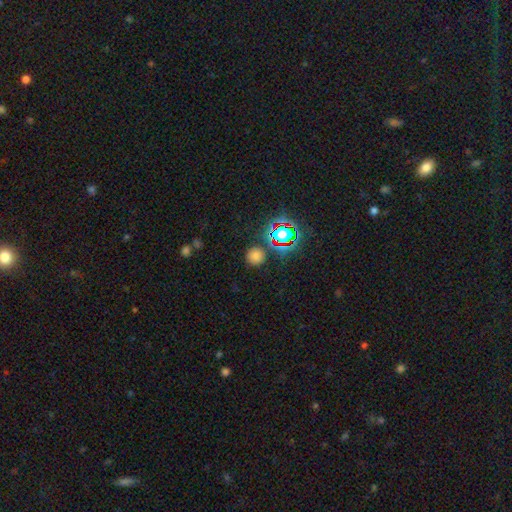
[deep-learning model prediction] smooth_or_featured: smooth (p=0.67) [alt: star or artifact p=0.27]
how_rounded: round (p=0.93) [alt: in between p=0.06]
merging: none (p=0.84) [alt: minor disturbance p=0.08]